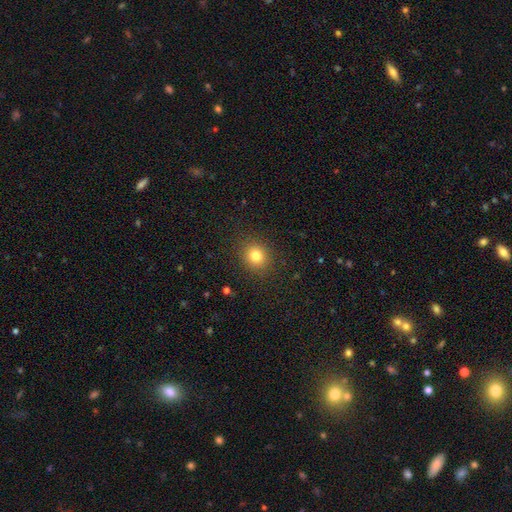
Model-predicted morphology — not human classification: Smooth or featured?
  - smooth: 81% *
  - star or artifact: 12%
  - featured or disk: 6%
How rounded?
  - round: 80% *
  - in between: 19%
  - cigar-shaped: 1%
Merging?
  - none: 89% *
  - minor disturbance: 7%
  - major disturbance: 3%
  - merger: 1%